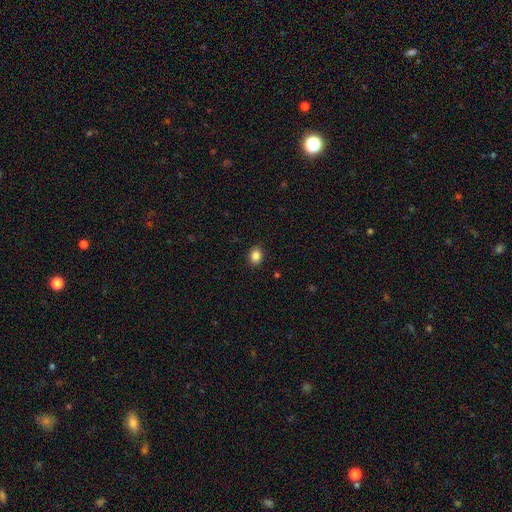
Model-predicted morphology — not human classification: Smooth or featured? Predicted: smooth (p=0.86). How rounded? Predicted: round (p=0.53). Merging? Predicted: none (p=0.90).